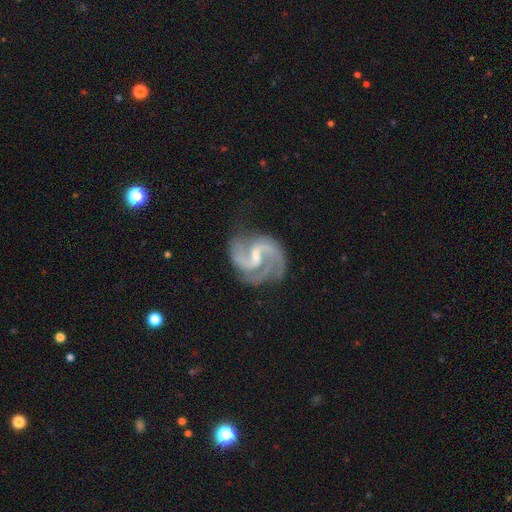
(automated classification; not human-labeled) Morphology: type=featured or disk (92%); edge-on=no (98%); bar=weak (58%); spiral arms=yes (98%); winding=medium (60%); arm count=2 (82%); bulge=small (57%); merging=none (67%).